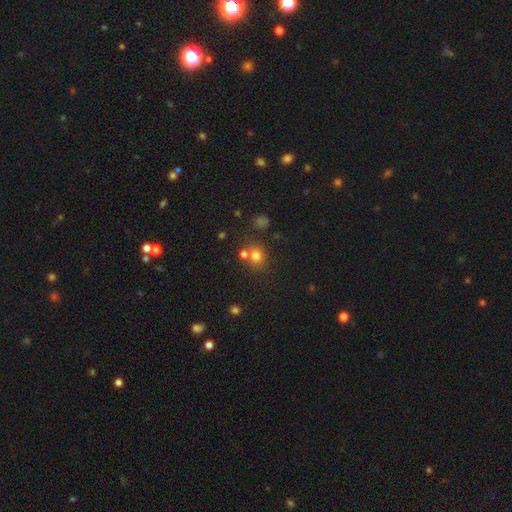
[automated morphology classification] Smooth or featured? Predicted: smooth (p=0.75). How rounded? Predicted: round (p=0.78). Merging? Predicted: none (p=0.63).